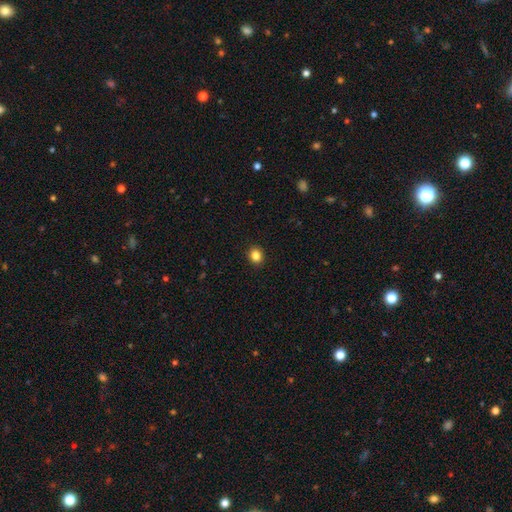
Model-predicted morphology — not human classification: smooth 85%, star or artifact 11%, featured or disk 4%. Down the decision tree: how rounded — round (67%); merging — none (92%).